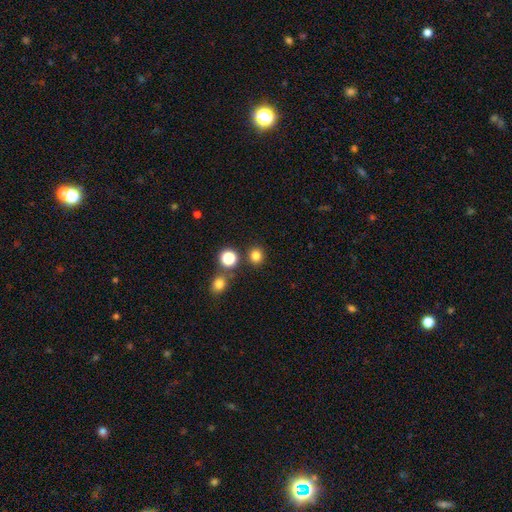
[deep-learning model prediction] Smooth or featured? Predicted: smooth (p=0.81). How rounded? Predicted: round (p=0.87). Merging? Predicted: none (p=0.85).